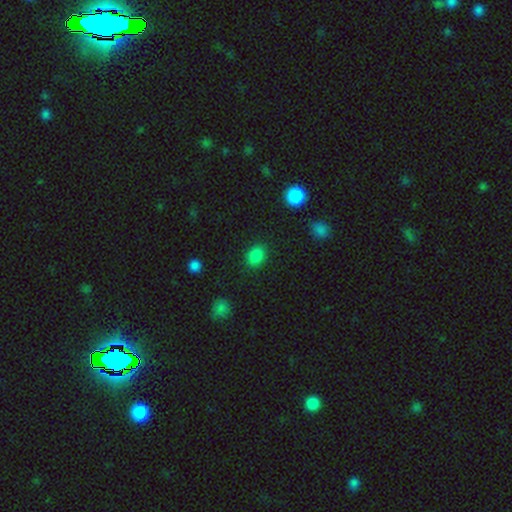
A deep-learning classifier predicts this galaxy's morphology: Smooth or featured? Predicted: smooth (p=0.85). How rounded? Predicted: round (p=0.50). Merging? Predicted: none (p=0.87).